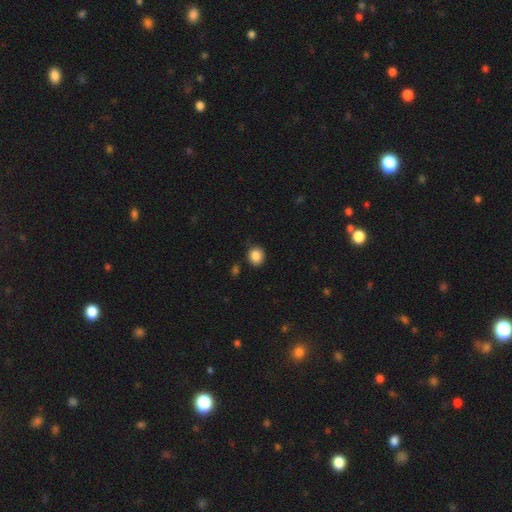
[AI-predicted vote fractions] Morphology: type=smooth (86%); roundness=round (68%); merging=none (81%).